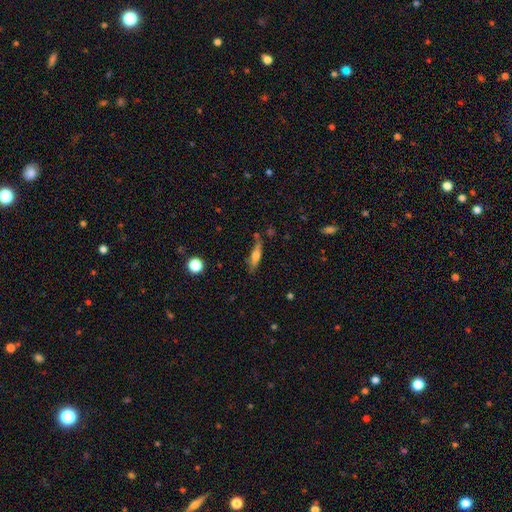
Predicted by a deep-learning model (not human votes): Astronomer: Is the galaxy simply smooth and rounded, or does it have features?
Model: smooth — 52% (runner-up: featured or disk, 40%).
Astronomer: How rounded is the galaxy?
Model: cigar-shaped — 73%.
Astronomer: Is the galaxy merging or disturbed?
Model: none — 73%.